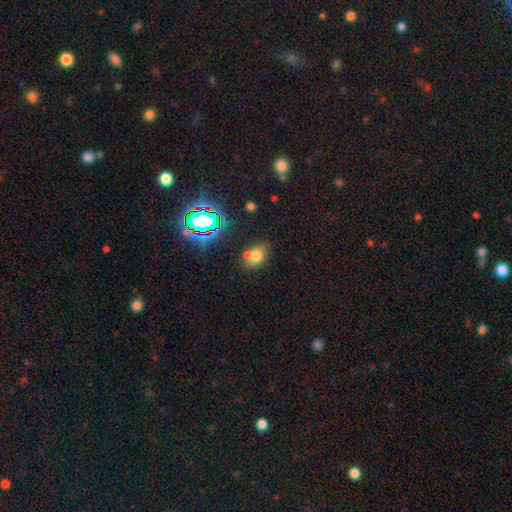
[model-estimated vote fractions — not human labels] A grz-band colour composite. It shows a smooth galaxy with no disk features (69%) that is in between round and cigar-shaped (67%). Merging: none (57%).